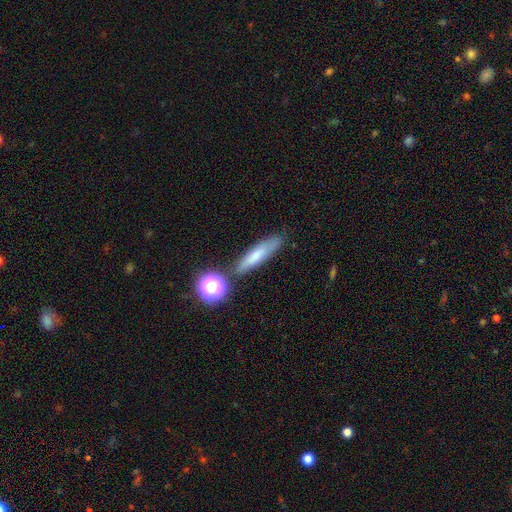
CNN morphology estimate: A smooth galaxy with no disk features (64%) that is cigar-shaped (75%).

Vote fractions:
- Smooth or featured? smooth: 64% / featured or disk: 24% / star or artifact: 12%
- How rounded? cigar-shaped: 75% / in between: 18% / round: 6%
- Merging? none: 74% / minor disturbance: 14% / merger: 7% / major disturbance: 4%